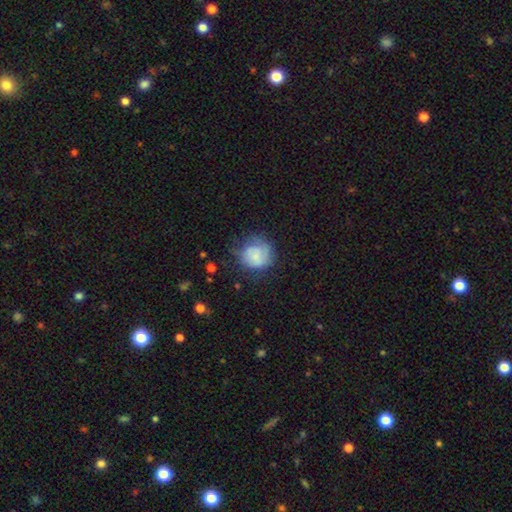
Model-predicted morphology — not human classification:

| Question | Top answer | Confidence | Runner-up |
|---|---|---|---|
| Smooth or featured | smooth | 56% | featured or disk (37%) |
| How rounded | round | 85% | in between (14%) |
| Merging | none | 55% | minor disturbance (26%) |